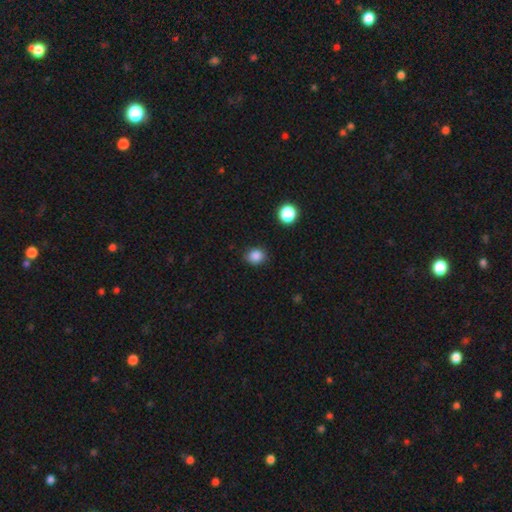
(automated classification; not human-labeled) smooth-or-featured: smooth: 86% | star or artifact: 11% | featured or disk: 3%
  how-rounded: round: 66% | in between: 33% | cigar-shaped: 1%
  merging: none: 83% | minor disturbance: 13% | major disturbance: 3% | merger: 2%